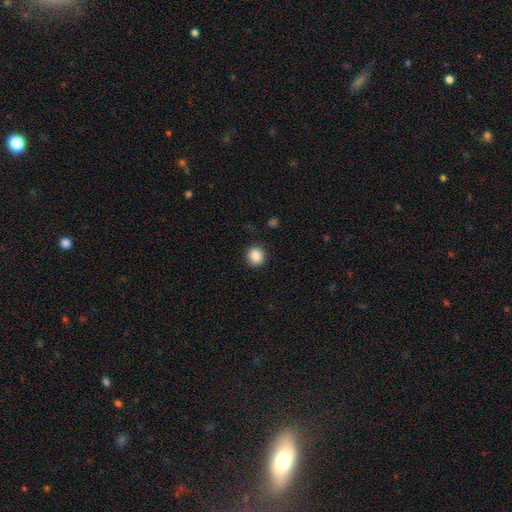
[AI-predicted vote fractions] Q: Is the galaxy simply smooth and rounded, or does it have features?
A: smooth — 88%.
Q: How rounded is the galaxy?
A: round — 86%.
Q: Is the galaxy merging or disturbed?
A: none — 90%.